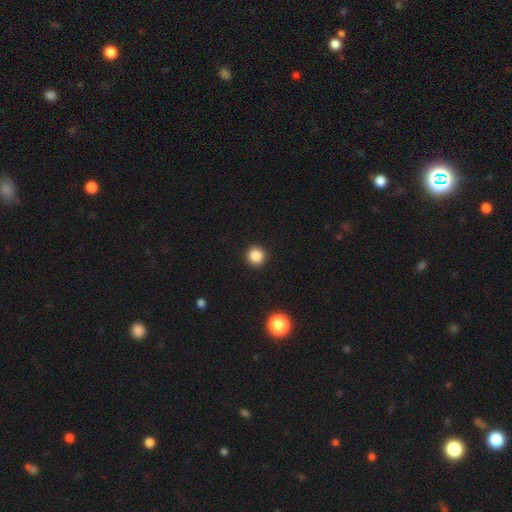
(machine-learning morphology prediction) A smooth galaxy with no disk features (85%) that is round (94%). Merging: none (93%).